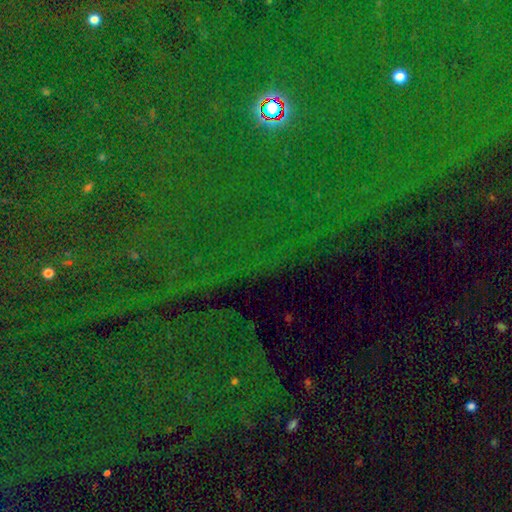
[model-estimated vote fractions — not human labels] smooth_or_featured: star or artifact (p=0.85) [alt: smooth p=0.08]